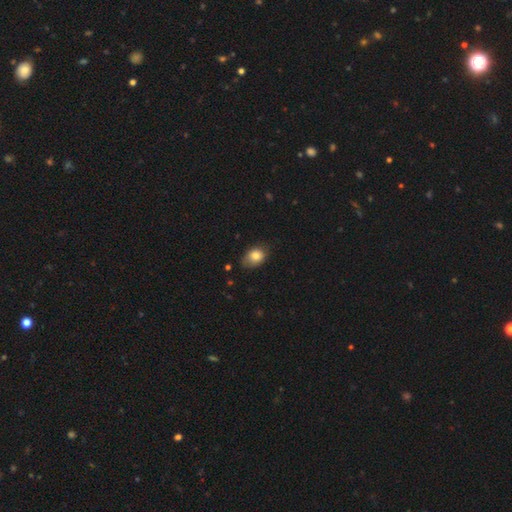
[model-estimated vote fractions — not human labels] Morphology: type=smooth (79%); roundness=in between (74%); merging=none (63%).